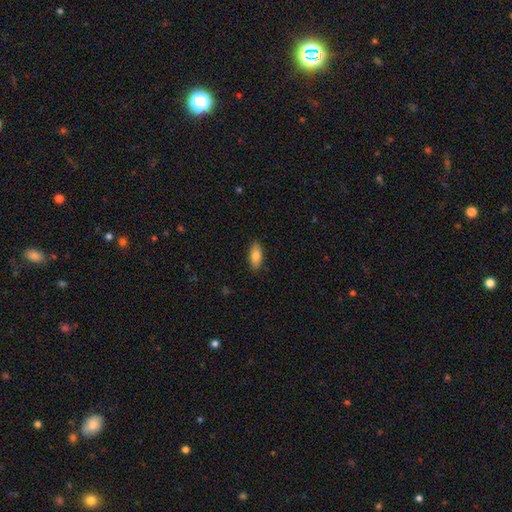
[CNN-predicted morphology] This is likely a smooth galaxy (80%). How rounded: clearly in between (81%). Merging: clearly none (86%).